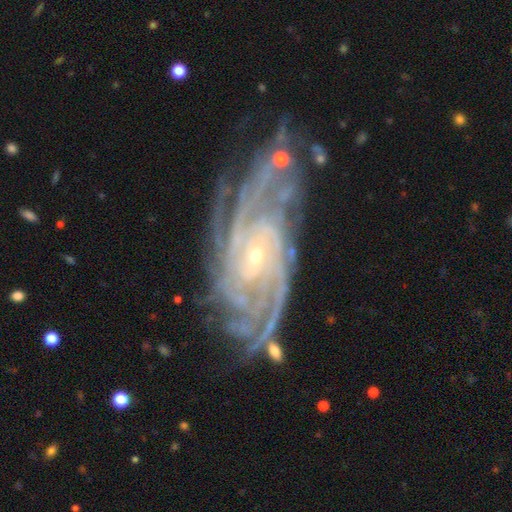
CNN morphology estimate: Overall: featured or disk (92%). Edge-on disk: no (96%). Bar: no (56%; weak 31%). Spiral arms: yes (98%). Spiral arm count: 4 (25%, tied with more than 4). Spiral winding: tight (74%). Bulge size: small (83%). Merging: none (72%).